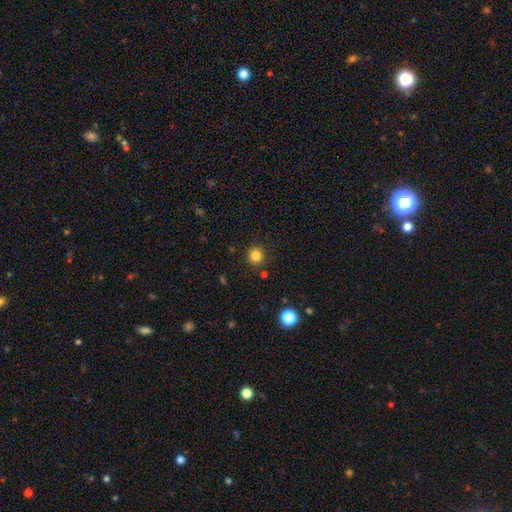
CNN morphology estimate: This appears to be a smooth galaxy with no disk features (83%) that is round (91%). Merging: none (88%).